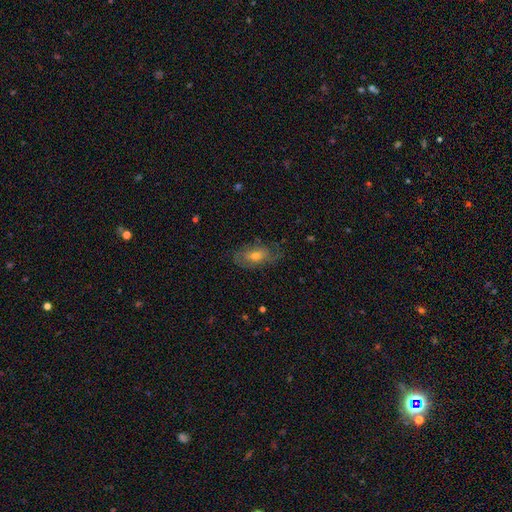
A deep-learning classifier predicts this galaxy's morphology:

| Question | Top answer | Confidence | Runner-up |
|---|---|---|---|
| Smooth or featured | featured or disk | 57% | smooth (33%) |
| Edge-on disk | no | 90% | yes (10%) |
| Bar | no | 62% | weak (30%) |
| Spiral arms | yes | 73% | no (27%) |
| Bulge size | moderate | 58% | small (35%) |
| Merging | none | 68% | minor disturbance (21%) |